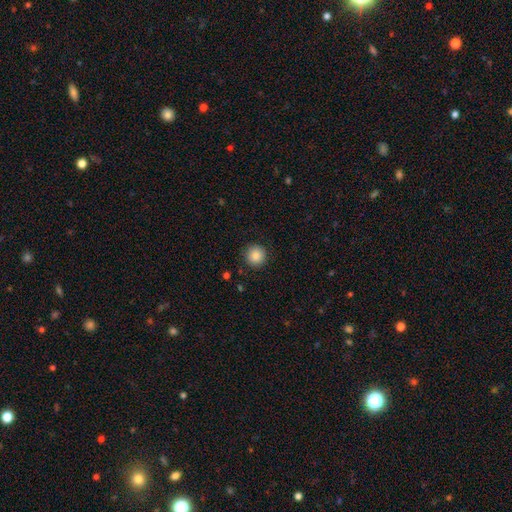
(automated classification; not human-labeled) Overall: smooth (87%). How rounded: round (95%). Merging: none (91%).